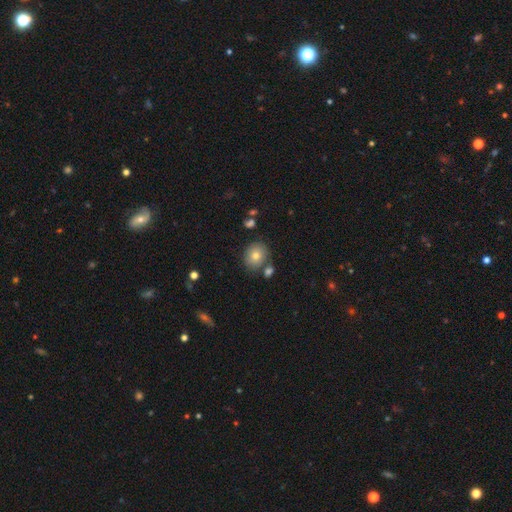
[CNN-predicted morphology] This appears to be a smooth galaxy with no disk features (75%) that is round (66%). Merging: none (73%).